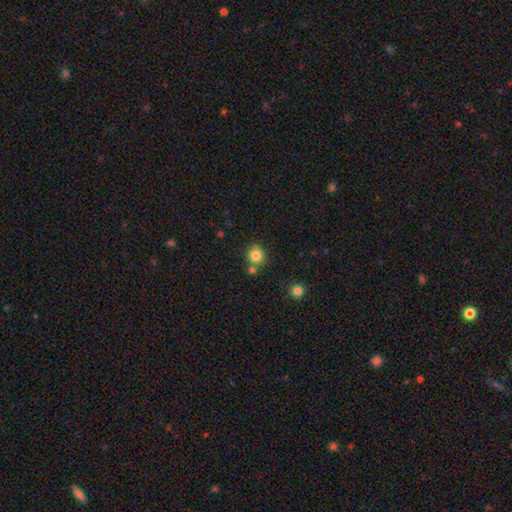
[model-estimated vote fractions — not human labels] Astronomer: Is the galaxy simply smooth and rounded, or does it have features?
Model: smooth — 82%.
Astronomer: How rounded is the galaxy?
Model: round — 82%.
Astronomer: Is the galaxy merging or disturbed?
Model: none — 69%.